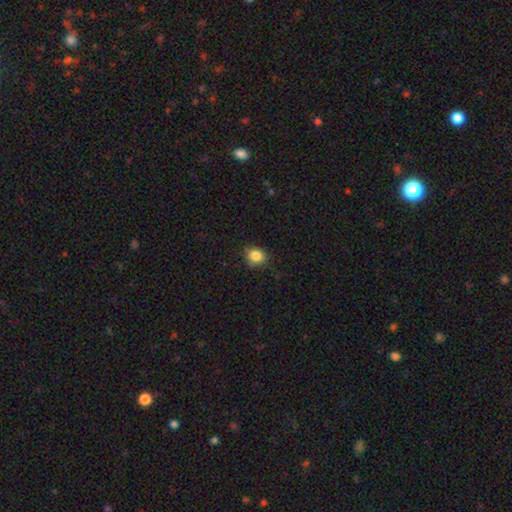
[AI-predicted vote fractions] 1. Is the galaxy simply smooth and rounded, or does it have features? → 85% smooth, 10% star or artifact, 5% featured or disk.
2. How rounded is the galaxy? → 76% round, 23% in between, 1% cigar-shaped.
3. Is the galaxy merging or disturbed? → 78% none, 18% minor disturbance, 3% major disturbance, 1% merger.